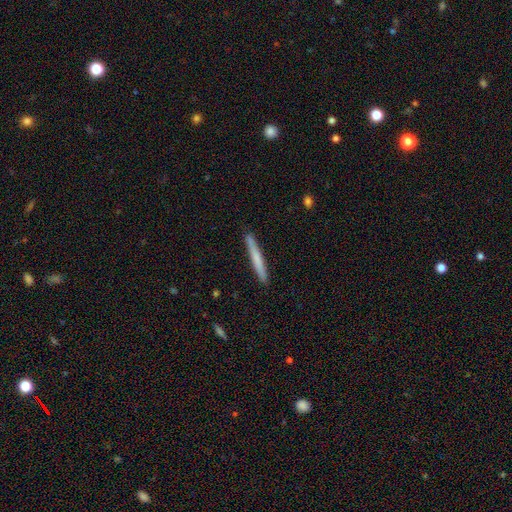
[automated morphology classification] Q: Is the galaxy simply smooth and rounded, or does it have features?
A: smooth — 59%.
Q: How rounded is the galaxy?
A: cigar-shaped — 97%.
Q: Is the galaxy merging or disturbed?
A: none — 91%.